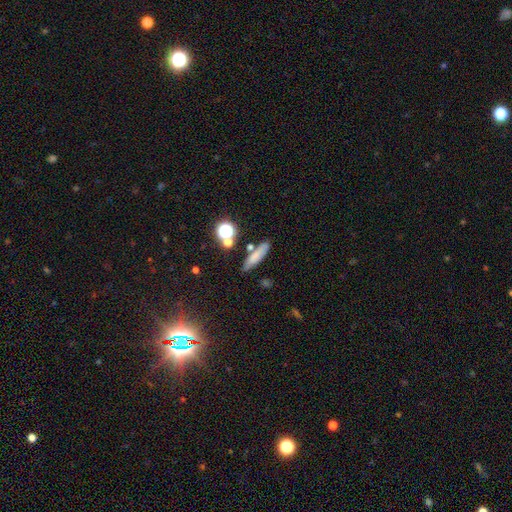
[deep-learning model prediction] smooth 71%, featured or disk 16%, star or artifact 13%. Down the decision tree: how rounded — cigar-shaped (71%); merging — none (75%).